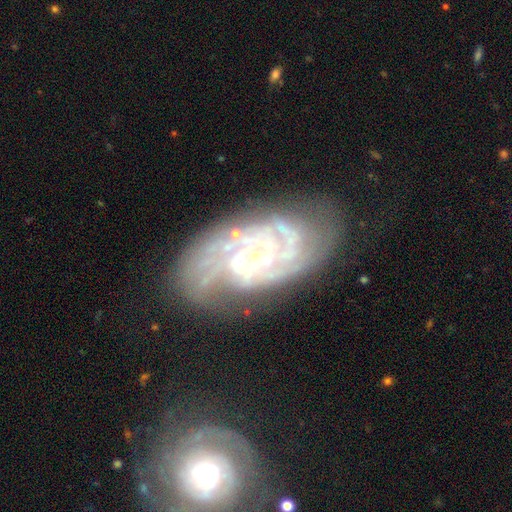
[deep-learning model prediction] smooth_or_featured: featured or disk (p=0.88) [alt: star or artifact p=0.07]
disk_edge_on: no (p=0.96) [alt: yes p=0.04]
bar: no (p=0.73) [alt: weak p=0.20]
has_spiral_arms: yes (p=0.97) [alt: no p=0.03]
spiral_winding: tight (p=0.71) [alt: medium p=0.25]
spiral_arm_count: 3 (p=0.23) [alt: can't tell p=0.21]
bulge_size: small (p=0.83) [alt: moderate p=0.12]
merging: none (p=0.67) [alt: minor disturbance p=0.20]